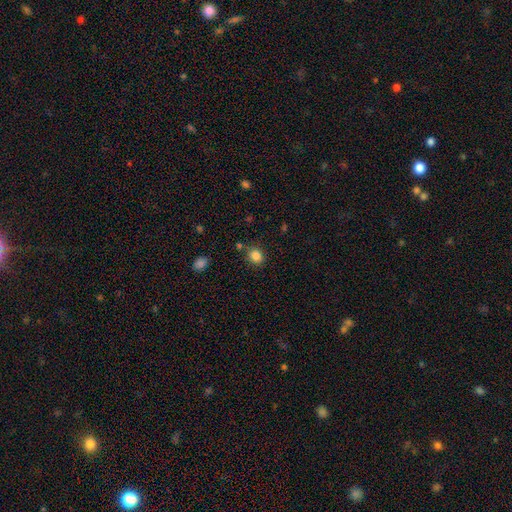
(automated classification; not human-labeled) Morphology: type=smooth (84%); roundness=round (74%); merging=none (82%).